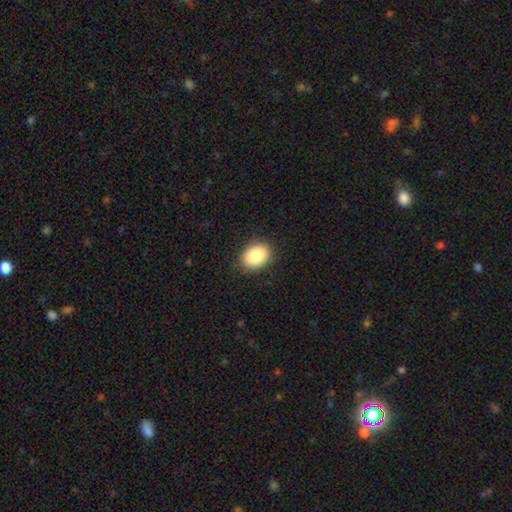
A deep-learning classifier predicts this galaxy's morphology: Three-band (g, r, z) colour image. It shows a smooth galaxy with no disk features (87%) that is in between round and cigar-shaped (69%). Merging: none (88%).